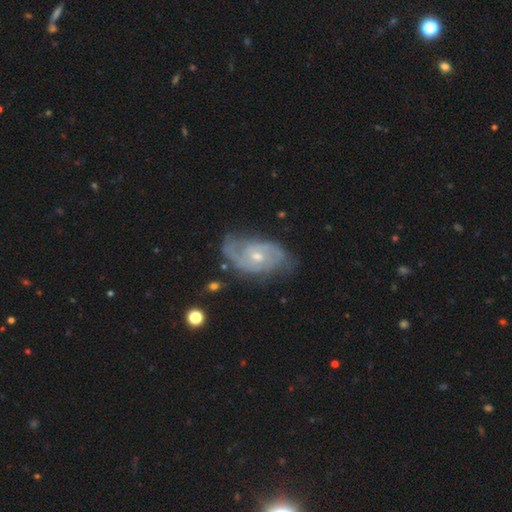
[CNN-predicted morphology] This is clearly a featured or disk galaxy (85%). It is clearly not viewed edge-on (96%). Bar: likely no (64%). Spiral arm pattern: clearly yes (95%). Spiral arm count: likely 2 (66%). Spiral winding: marginally tight (43%, tied with medium). Central bulge: possibly small (57%). Merging: likely none (67%).